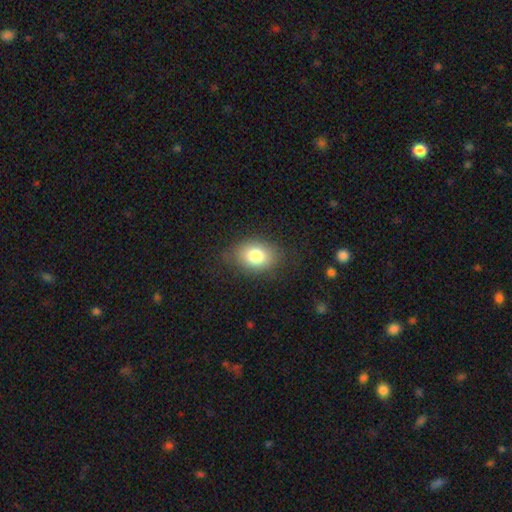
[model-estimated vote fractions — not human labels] Smooth or featured?
  - smooth: 80% *
  - featured or disk: 11%
  - star or artifact: 10%
How rounded?
  - in between: 71% *
  - round: 28%
  - cigar-shaped: 1%
Merging?
  - none: 79% *
  - minor disturbance: 15%
  - major disturbance: 5%
  - merger: 1%